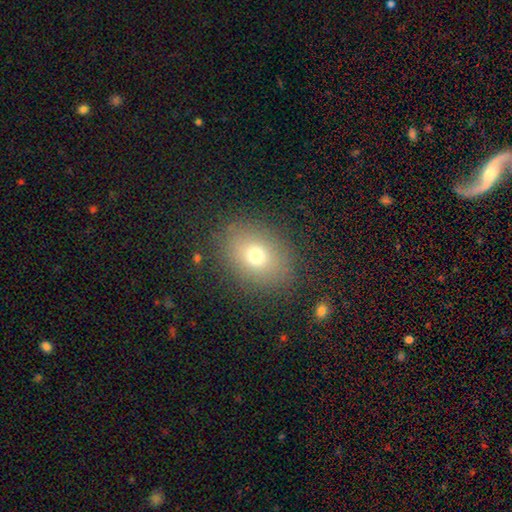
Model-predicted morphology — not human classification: type=smooth (71%); roundness=in between (57%); merging=none (84%).